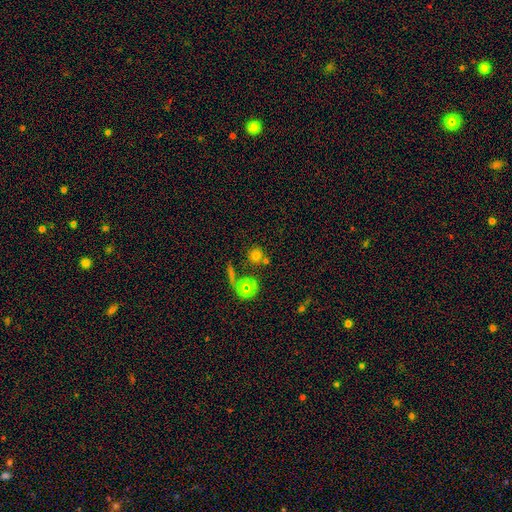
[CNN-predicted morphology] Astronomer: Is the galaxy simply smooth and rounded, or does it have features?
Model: smooth — 68%.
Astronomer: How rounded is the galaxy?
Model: round — 91%.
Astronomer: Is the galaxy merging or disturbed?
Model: none — 72%.